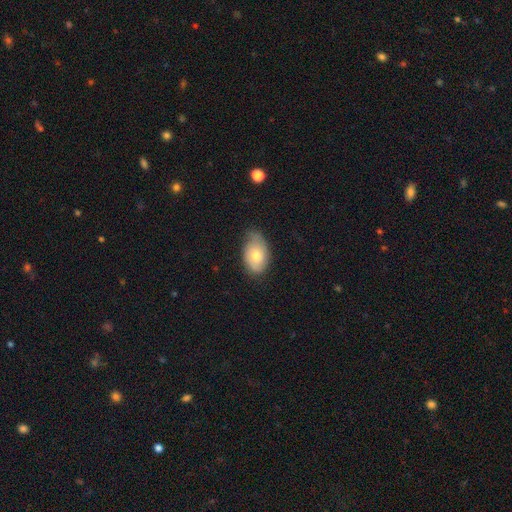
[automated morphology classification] A smooth galaxy with no disk features (62%) that is in between round and cigar-shaped (89%).

Vote fractions:
- Smooth or featured? smooth: 62% / featured or disk: 32% / star or artifact: 7%
- How rounded? in between: 89% / round: 10% / cigar-shaped: 1%
- Merging? none: 54% / minor disturbance: 37% / major disturbance: 8% / merger: 2%